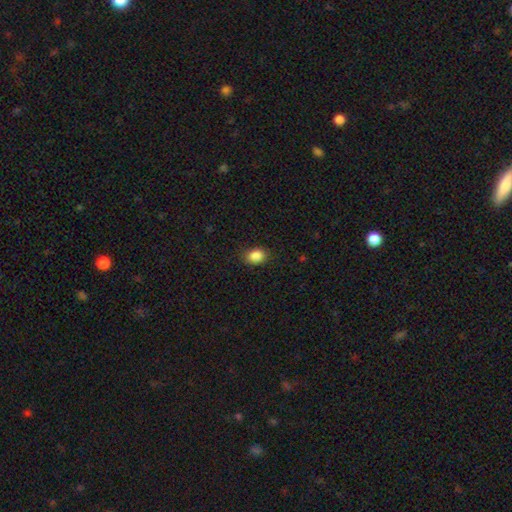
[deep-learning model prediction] smooth_or_featured: smooth (p=0.88) [alt: star or artifact p=0.09]
how_rounded: in between (p=0.61) [alt: round p=0.38]
merging: none (p=0.86) [alt: minor disturbance p=0.11]